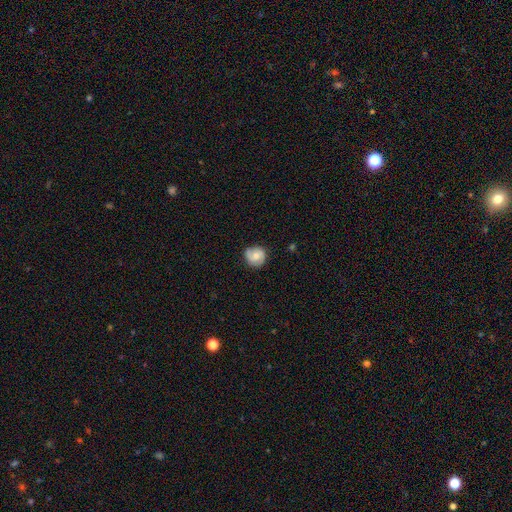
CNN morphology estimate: Q: Smooth or featured?
A: featured or disk (54%); runner-up: smooth (39%)
Q: Edge-on disk?
A: no (98%); runner-up: yes (2%)
Q: Bar?
A: no (61%); runner-up: weak (33%)
Q: Spiral arms?
A: yes (89%); runner-up: no (11%)
Q: Bulge size?
A: moderate (49%); runner-up: small (43%)
Q: Merging?
A: none (77%); runner-up: minor disturbance (18%)